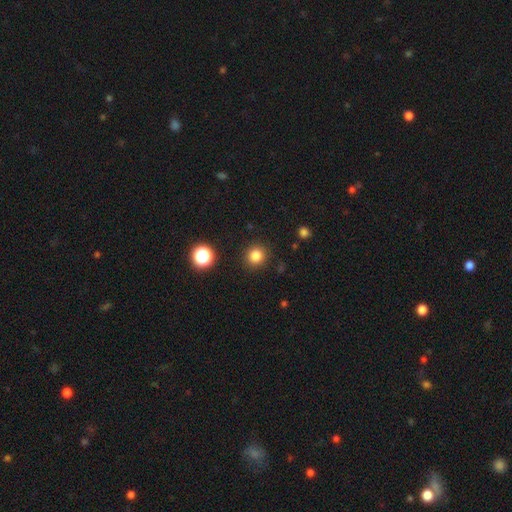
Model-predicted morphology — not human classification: Q: Smooth or featured?
A: smooth (83%); runner-up: star or artifact (13%)
Q: How rounded?
A: round (90%); runner-up: in between (9%)
Q: Merging?
A: none (90%); runner-up: minor disturbance (6%)